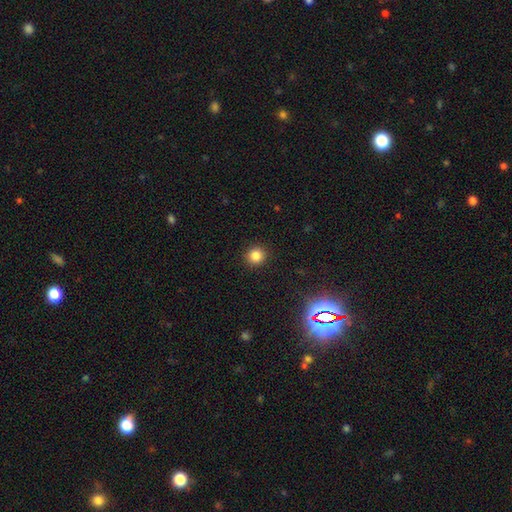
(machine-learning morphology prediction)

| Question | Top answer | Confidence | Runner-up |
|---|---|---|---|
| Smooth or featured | smooth | 83% | star or artifact (13%) |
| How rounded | round | 93% | in between (6%) |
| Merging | none | 92% | minor disturbance (5%) |